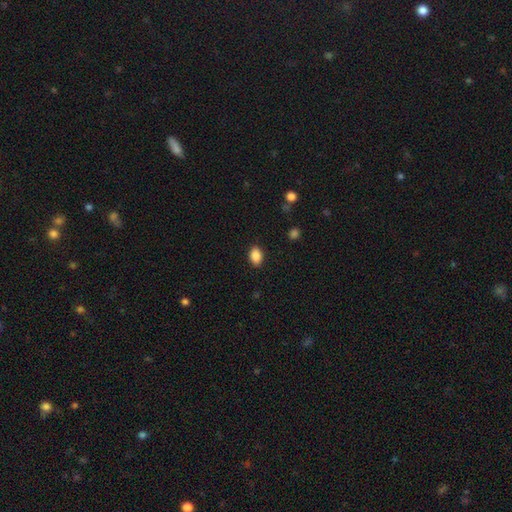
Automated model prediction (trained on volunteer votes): A smooth galaxy with no disk features (88%) that is in between round and cigar-shaped (86%).

Vote fractions:
- Smooth or featured? smooth: 88% / star or artifact: 8% / featured or disk: 4%
- How rounded? in between: 86% / round: 13% / cigar-shaped: 1%
- Merging? none: 89% / minor disturbance: 8% / major disturbance: 2% / merger: 1%